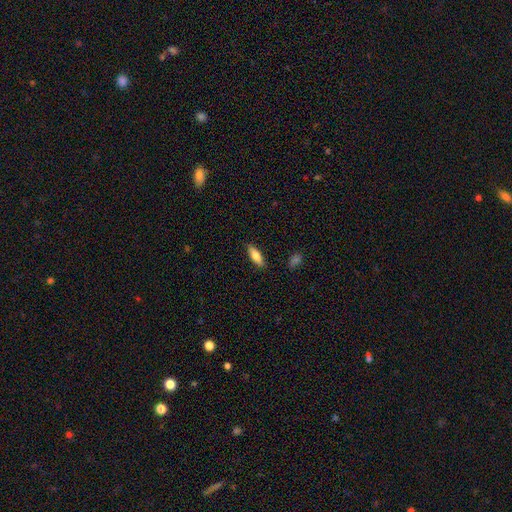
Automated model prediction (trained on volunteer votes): Smooth or featured? Predicted: smooth (p=0.71). How rounded? Predicted: in between (p=0.57). Merging? Predicted: none (p=0.87).